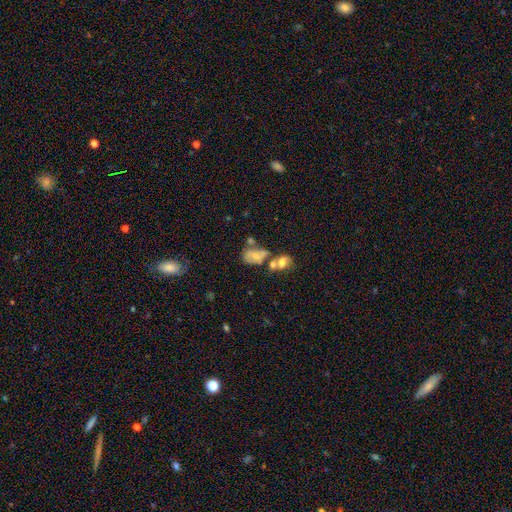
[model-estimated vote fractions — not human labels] A smooth galaxy with no disk features (54%) that is in between round and cigar-shaped (75%).

Vote fractions:
- Smooth or featured? smooth: 54% / featured or disk: 32% / star or artifact: 13%
- How rounded? in between: 75% / round: 23% / cigar-shaped: 2%
- Merging? merger: 39% / none: 28% / minor disturbance: 19% / major disturbance: 15%